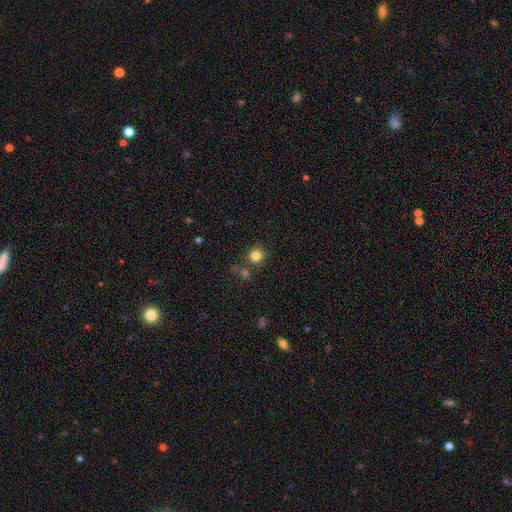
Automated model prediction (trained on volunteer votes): smooth 82%, star or artifact 13%, featured or disk 5%. Down the decision tree: how rounded — round (92%); merging — none (77%).